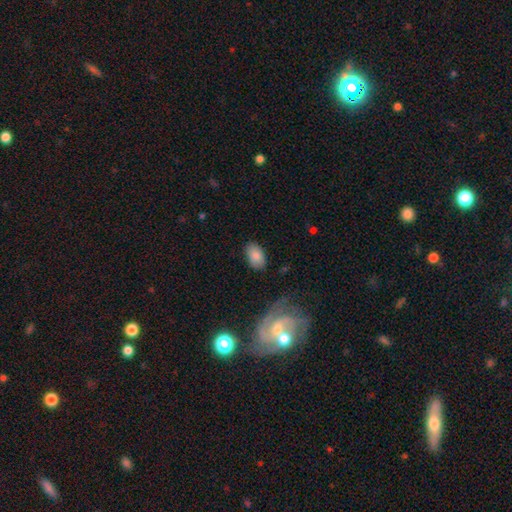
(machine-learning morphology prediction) Smooth or featured: smooth — 83% (featured or disk — 9%)
How rounded: in between — 92% (round — 7%)
Merging: none — 80% (minor disturbance — 14%)